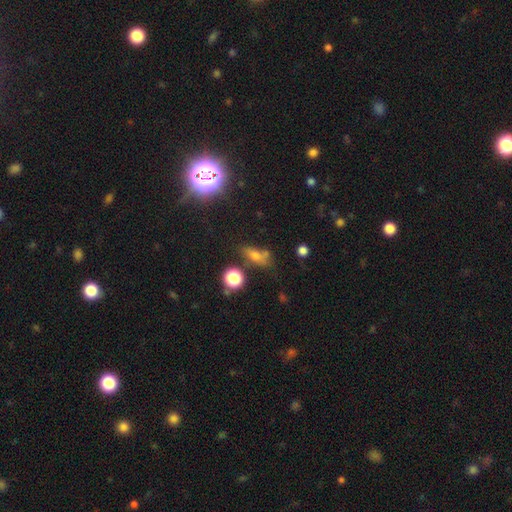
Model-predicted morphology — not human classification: The model was most divided on "smooth or featured": smooth: 47%, star or artifact: 34%, featured or disk: 18%. More confident: merging — none (63%).